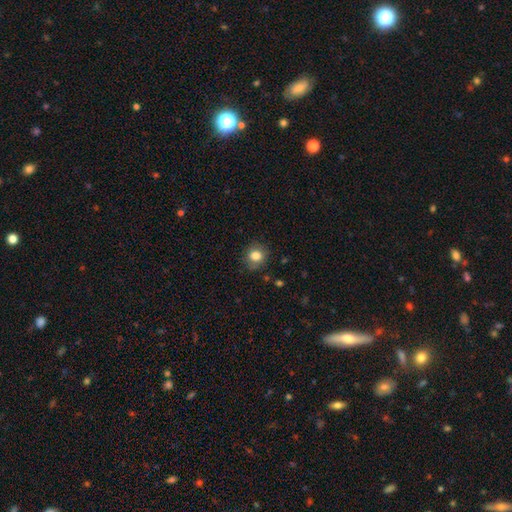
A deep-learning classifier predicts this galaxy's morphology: smooth-or-featured: smooth: 81% | star or artifact: 10% | featured or disk: 9%
  how-rounded: round: 75% | in between: 24% | cigar-shaped: 1%
  merging: none: 81% | minor disturbance: 14% | major disturbance: 4% | merger: 1%